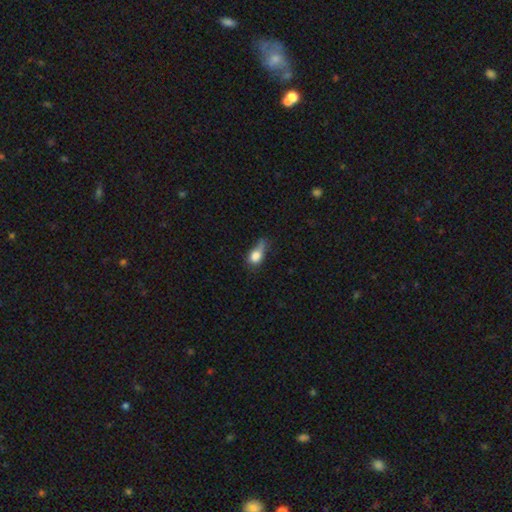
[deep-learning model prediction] Smooth or featured? smooth (75%)
How rounded? in between (67%)
Merging? minor disturbance (35%)